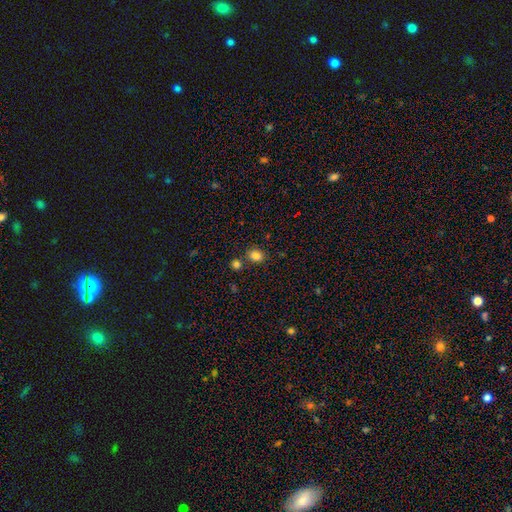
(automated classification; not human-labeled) Smooth or featured?
  - smooth: 83% *
  - star or artifact: 12%
  - featured or disk: 5%
How rounded?
  - in between: 50% *
  - round: 49%
  - cigar-shaped: 1%
Merging?
  - none: 76% *
  - merger: 11%
  - minor disturbance: 10%
  - major disturbance: 3%